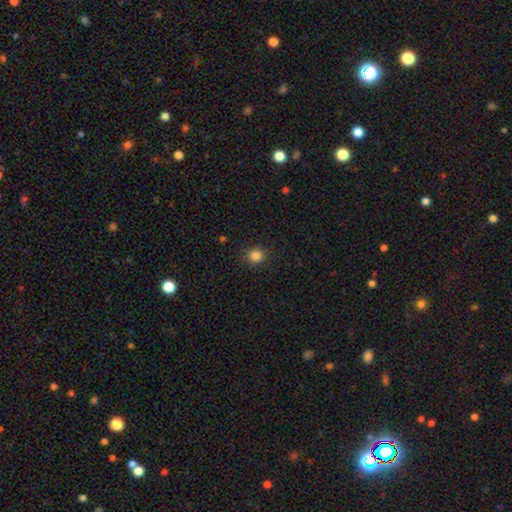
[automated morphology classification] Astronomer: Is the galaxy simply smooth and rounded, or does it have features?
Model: smooth — 85%.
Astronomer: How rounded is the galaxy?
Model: round — 86%.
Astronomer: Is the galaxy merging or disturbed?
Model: none — 89%.